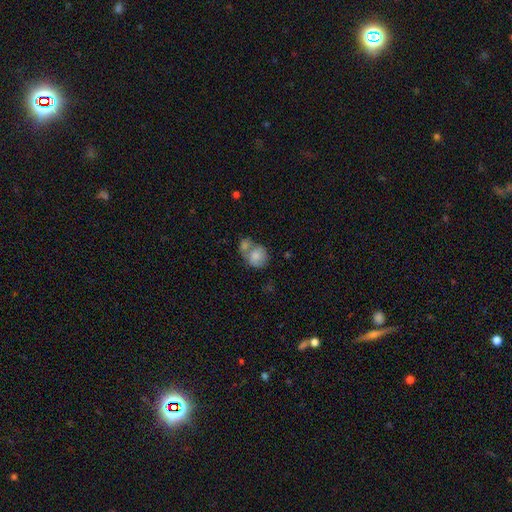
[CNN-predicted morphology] type=smooth (74%); roundness=round (66%); merging=merger (57%).